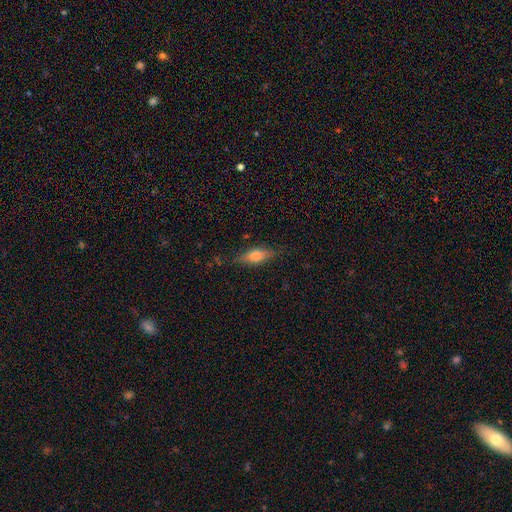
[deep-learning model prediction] Q: Smooth or featured?
A: smooth (62%); runner-up: featured or disk (30%)
Q: How rounded?
A: in between (70%); runner-up: cigar-shaped (26%)
Q: Merging?
A: none (78%); runner-up: minor disturbance (16%)